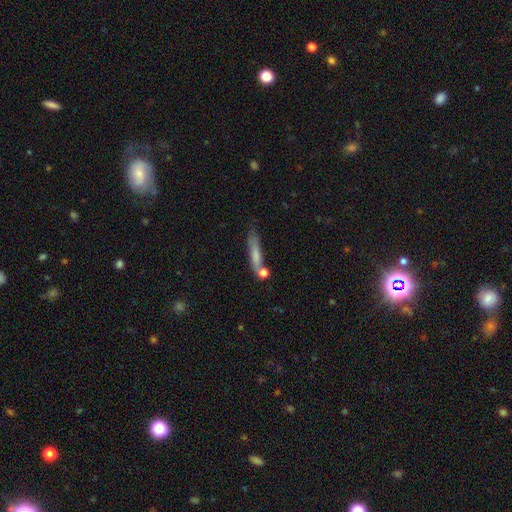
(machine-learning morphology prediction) Q: Smooth or featured?
A: smooth (70%); runner-up: featured or disk (22%)
Q: How rounded?
A: cigar-shaped (84%); runner-up: in between (13%)
Q: Merging?
A: none (54%); runner-up: minor disturbance (21%)